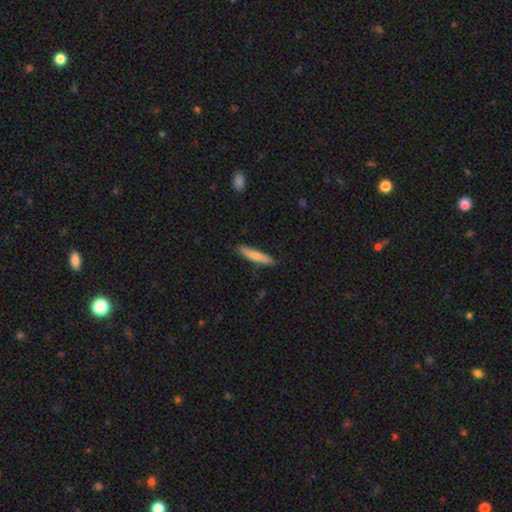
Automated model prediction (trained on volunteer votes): Smooth or featured? Predicted: smooth (p=0.77). How rounded? Predicted: cigar-shaped (p=0.88). Merging? Predicted: none (p=0.87).